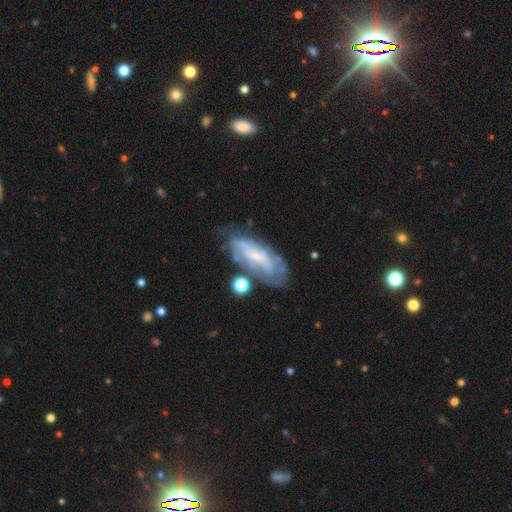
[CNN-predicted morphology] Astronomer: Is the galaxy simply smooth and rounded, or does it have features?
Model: featured or disk — 65%.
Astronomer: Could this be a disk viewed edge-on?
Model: no — 84%.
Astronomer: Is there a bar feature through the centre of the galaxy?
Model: no — 52% (runner-up: weak, 34%).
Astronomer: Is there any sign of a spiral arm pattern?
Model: yes — 69%.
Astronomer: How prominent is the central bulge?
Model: small — 70%.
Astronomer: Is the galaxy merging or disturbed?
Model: none — 57%.